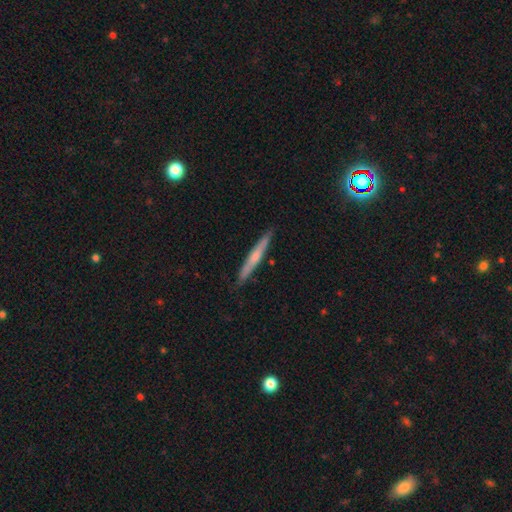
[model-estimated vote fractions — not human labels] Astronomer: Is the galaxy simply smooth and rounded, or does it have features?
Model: featured or disk — 58%.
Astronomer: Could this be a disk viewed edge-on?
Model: yes — 95%.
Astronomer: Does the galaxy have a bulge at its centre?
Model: rounded — 58% (runner-up: none, 35%).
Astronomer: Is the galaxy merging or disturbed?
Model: none — 89%.